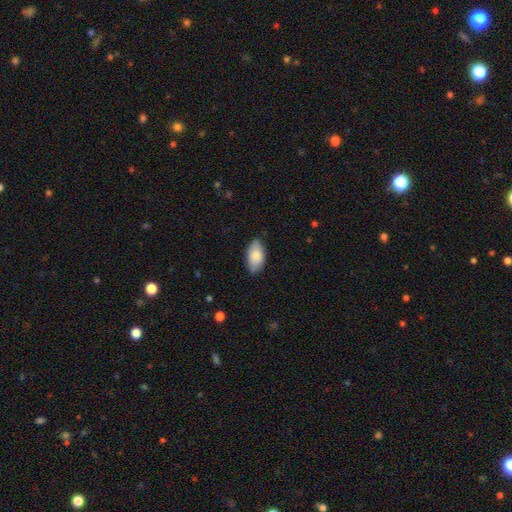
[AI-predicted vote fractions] Smooth or featured: smooth — 81% (featured or disk — 13%)
How rounded: in between — 95% (cigar-shaped — 3%)
Merging: none — 79% (minor disturbance — 17%)